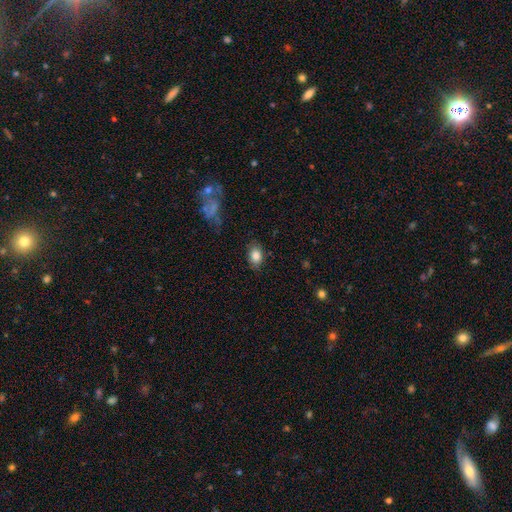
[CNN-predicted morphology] Overall: smooth (83%). How rounded: in between (77%). Merging: none (81%).